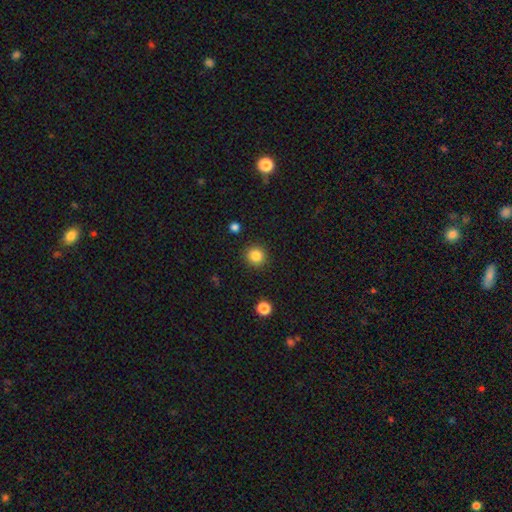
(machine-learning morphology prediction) smooth 85%, star or artifact 11%, featured or disk 4%. Down the decision tree: how rounded — round (93%); merging — none (91%).